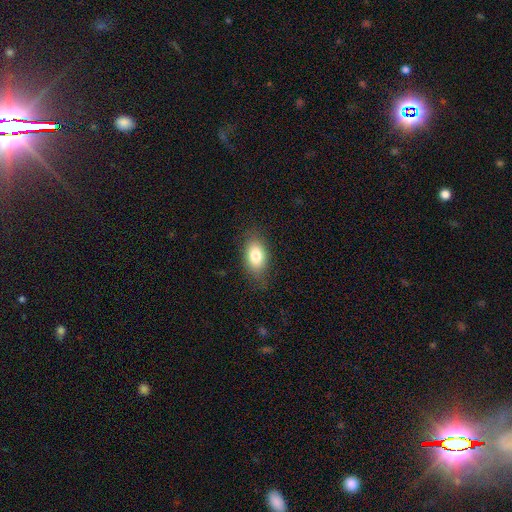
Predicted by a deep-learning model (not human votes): smooth_or_featured: smooth (p=0.79) [alt: featured or disk p=0.12]
how_rounded: in between (p=0.87) [alt: round p=0.10]
merging: none (p=0.80) [alt: minor disturbance p=0.15]